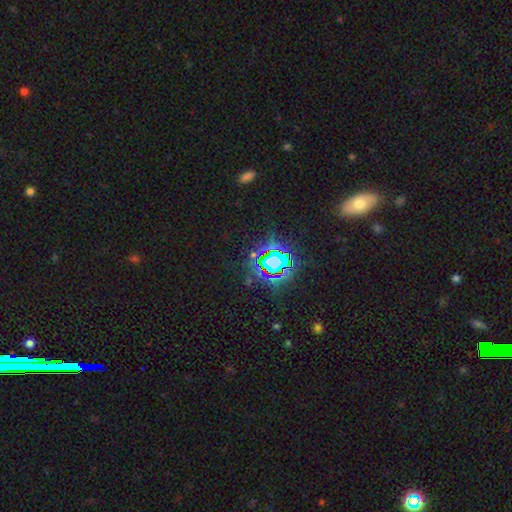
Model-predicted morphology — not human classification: Smooth or featured?
  - star or artifact: 78% *
  - smooth: 14%
  - featured or disk: 9%